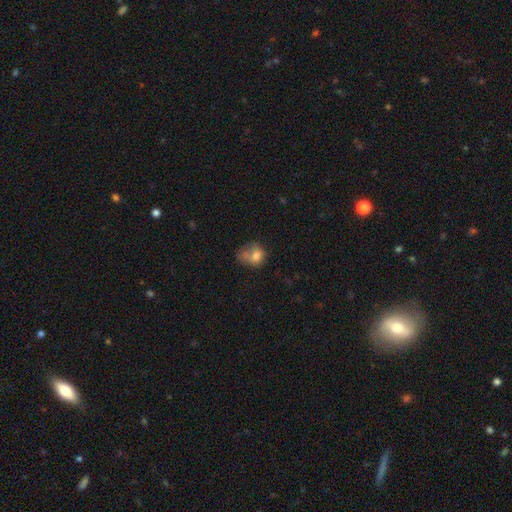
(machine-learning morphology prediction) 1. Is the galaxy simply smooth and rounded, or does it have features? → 71% smooth, 18% featured or disk, 11% star or artifact.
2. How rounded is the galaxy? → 53% in between, 46% round, 1% cigar-shaped.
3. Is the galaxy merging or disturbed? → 29% major disturbance, 26% minor disturbance, 26% none, 20% merger.